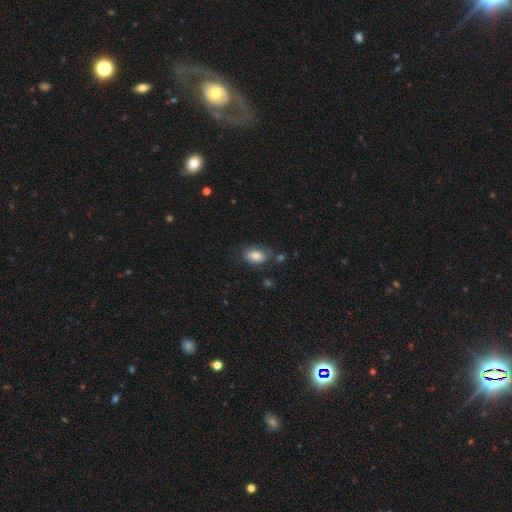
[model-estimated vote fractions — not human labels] Morphology: type=smooth (81%); roundness=in between (84%); merging=none (68%).